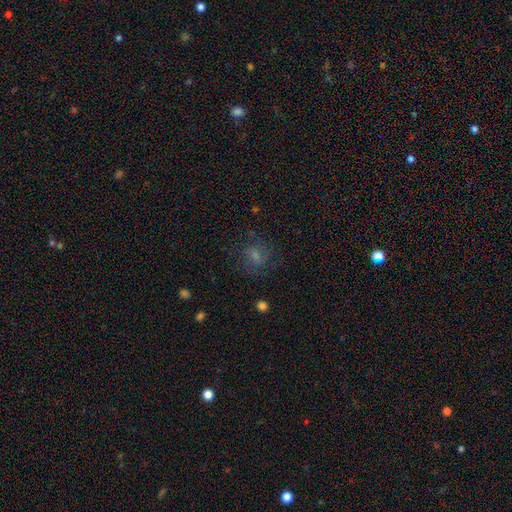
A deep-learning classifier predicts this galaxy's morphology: A smooth galaxy with no disk features (58%) that is round (58%). Merging: none (68%).